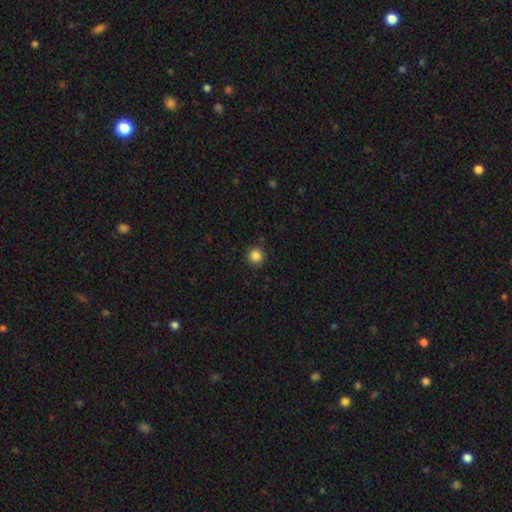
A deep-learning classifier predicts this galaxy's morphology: This is clearly a smooth galaxy (86%). How rounded: clearly round (95%). Merging: clearly none (91%).